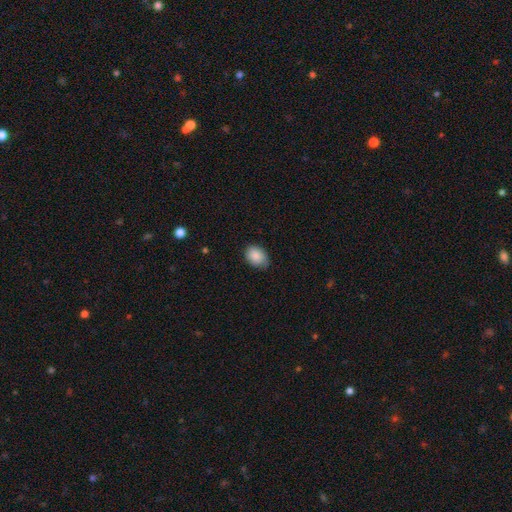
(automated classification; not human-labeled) Smooth or featured?
  - smooth: 88% *
  - star or artifact: 7%
  - featured or disk: 5%
How rounded?
  - in between: 74% *
  - round: 25%
  - cigar-shaped: 1%
Merging?
  - none: 70% *
  - minor disturbance: 25%
  - major disturbance: 3%
  - merger: 1%